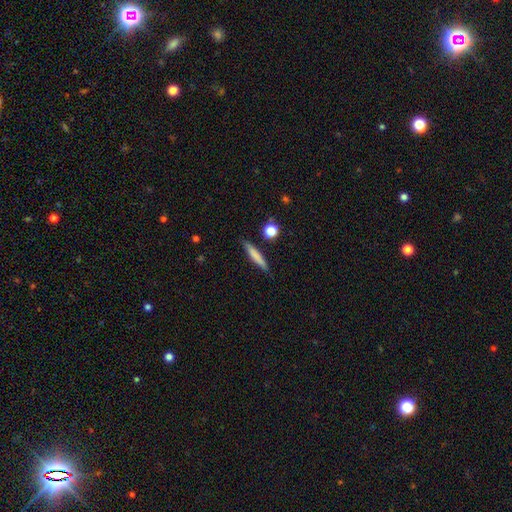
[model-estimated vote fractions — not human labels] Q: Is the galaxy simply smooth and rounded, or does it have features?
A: smooth — 73%.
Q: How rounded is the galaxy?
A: cigar-shaped — 91%.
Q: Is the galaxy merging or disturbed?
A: none — 85%.